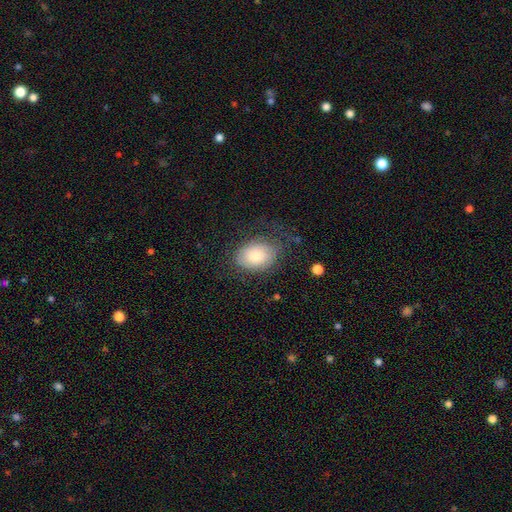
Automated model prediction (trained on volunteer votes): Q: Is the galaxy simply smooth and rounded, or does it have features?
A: smooth — 76%.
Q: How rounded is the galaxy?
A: in between — 78%.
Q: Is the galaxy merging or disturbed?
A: none — 60%.